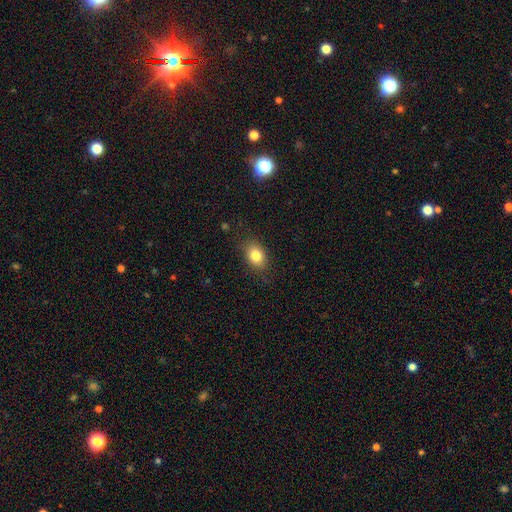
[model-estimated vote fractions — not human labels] A smooth galaxy with no disk features (81%) that is in between round and cigar-shaped (75%). Merging: none (83%).